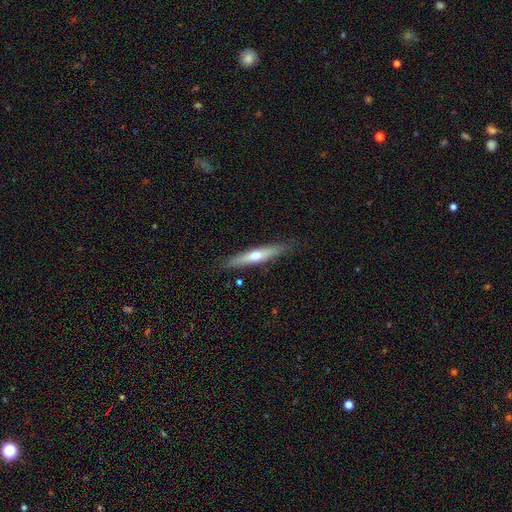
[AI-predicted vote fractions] Overall: featured or disk (49%; smooth 45%). Merging: none (86%).